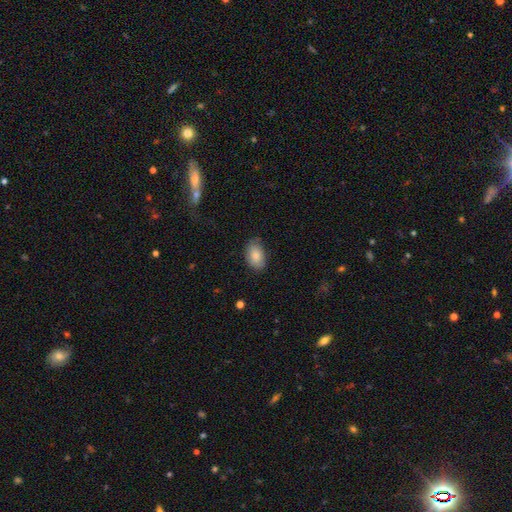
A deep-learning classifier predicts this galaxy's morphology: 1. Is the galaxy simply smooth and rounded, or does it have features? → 83% smooth, 10% featured or disk, 7% star or artifact.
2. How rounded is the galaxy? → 90% in between, 9% round, 1% cigar-shaped.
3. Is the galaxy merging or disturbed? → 73% none, 21% minor disturbance, 4% major disturbance, 1% merger.